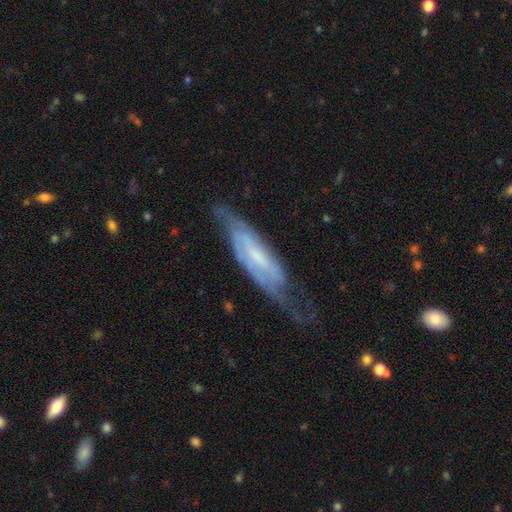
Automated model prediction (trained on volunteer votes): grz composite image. It shows a featured or disk galaxy (76%) with a weak bar (44%), 2 (52%) tight (44%) spiral arms (90%) and a small central bulge (45%). Merging: none (51%).